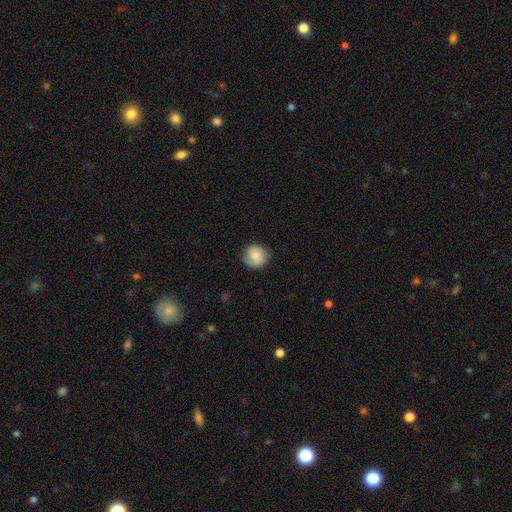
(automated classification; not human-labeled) A smooth galaxy with no disk features (74%) that is round (90%). Merging: none (81%).